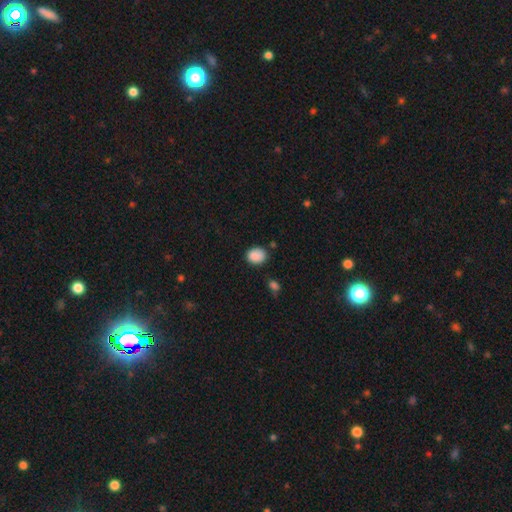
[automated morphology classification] Smooth or featured: smooth — 87% (star or artifact — 9%)
How rounded: round — 58% (in between — 42%)
Merging: none — 74% (minor disturbance — 19%)